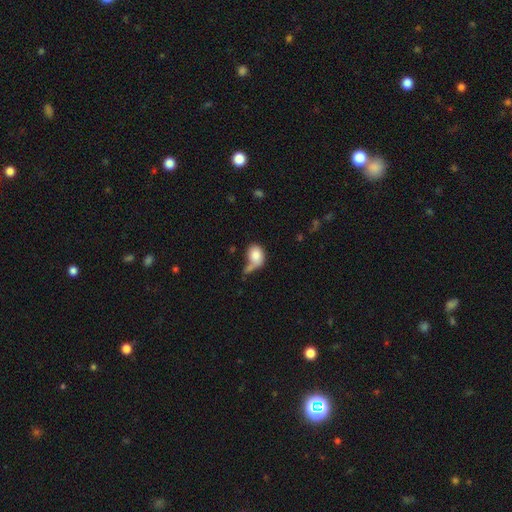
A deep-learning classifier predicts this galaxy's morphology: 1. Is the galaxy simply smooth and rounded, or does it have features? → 81% smooth, 11% featured or disk, 8% star or artifact.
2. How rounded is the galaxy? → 69% in between, 30% round, 2% cigar-shaped.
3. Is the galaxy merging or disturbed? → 31% none, 30% merger, 21% minor disturbance, 18% major disturbance.